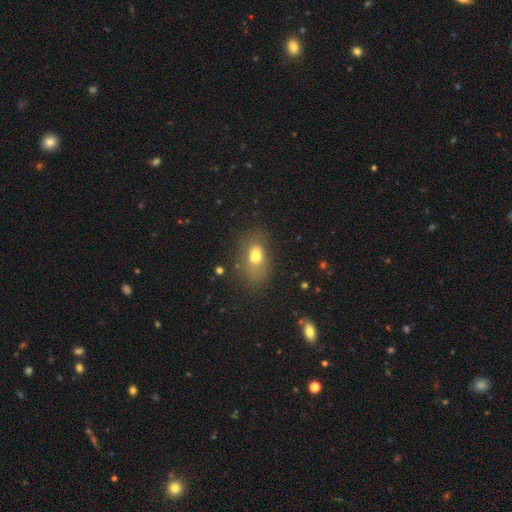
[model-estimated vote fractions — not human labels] Overall: smooth (72%). How rounded: in between (78%). Merging: none (66%).